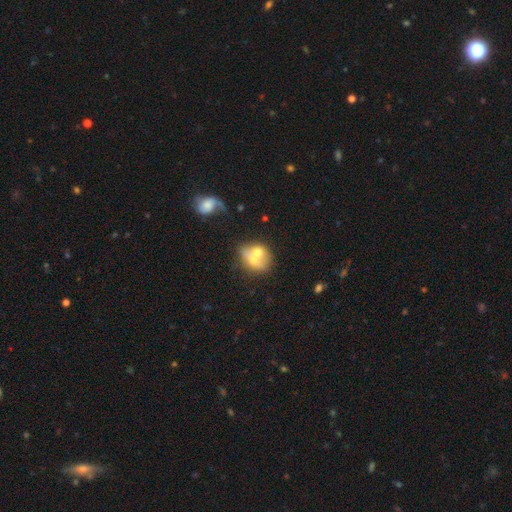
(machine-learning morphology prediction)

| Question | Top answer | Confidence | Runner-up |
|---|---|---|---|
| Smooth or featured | smooth | 57% | featured or disk (34%) |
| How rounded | round | 58% | in between (40%) |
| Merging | merger | 63% | none (23%) |